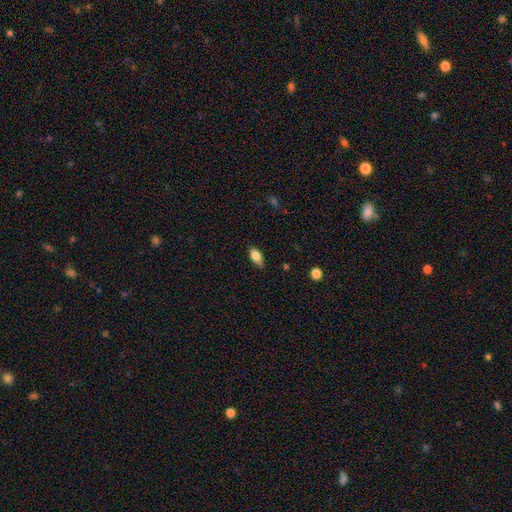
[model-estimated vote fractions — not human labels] A smooth galaxy with no disk features (79%) that is in between round and cigar-shaped (86%).

Vote fractions:
- Smooth or featured? smooth: 79% / featured or disk: 13% / star or artifact: 8%
- How rounded? in between: 86% / cigar-shaped: 8% / round: 6%
- Merging? none: 71% / minor disturbance: 24% / major disturbance: 4% / merger: 1%